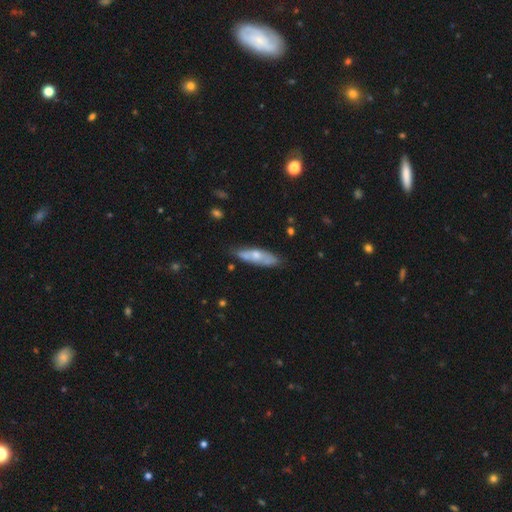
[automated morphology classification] The model was most divided on "smooth or featured": smooth: 49%, featured or disk: 45%, star or artifact: 6%. More confident: merging — none (66%).